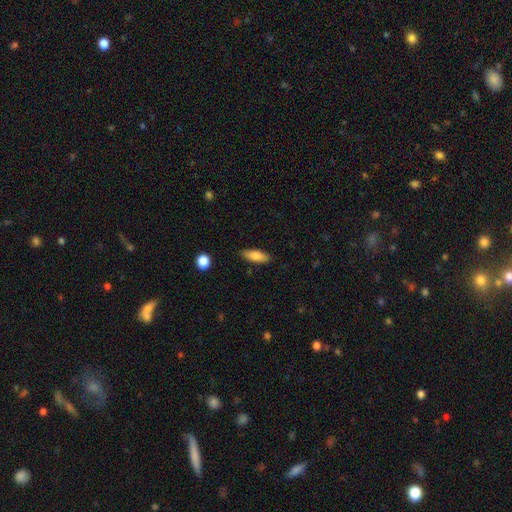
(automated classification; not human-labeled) This appears to be a smooth galaxy with no disk features (79%) that is in between round and cigar-shaped (65%). Merging: none (86%).